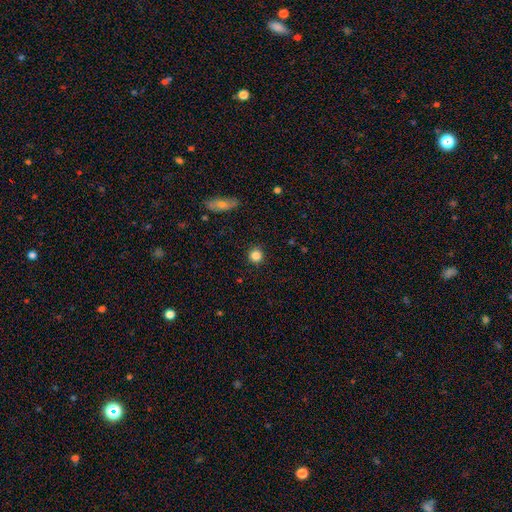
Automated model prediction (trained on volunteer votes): smooth 84%, star or artifact 11%, featured or disk 5%. Down the decision tree: how rounded — round (93%); merging — none (91%).